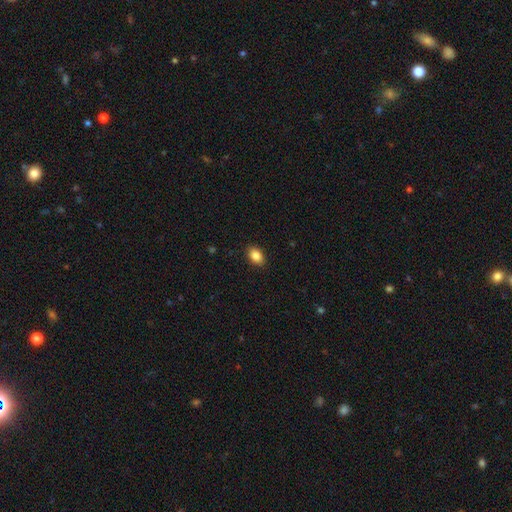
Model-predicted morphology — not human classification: Smooth or featured? smooth (86%)
How rounded? in between (83%)
Merging? none (89%)